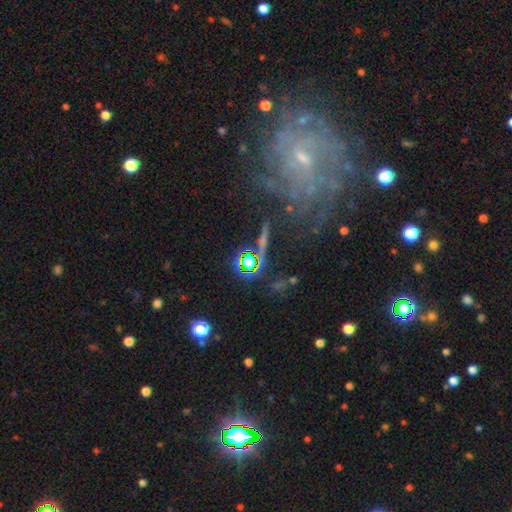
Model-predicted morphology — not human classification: The model was most divided on "spiral arm count": can't tell: 46%, more than 4: 12%, 4: 12%, 3: 11%, 2: 11%, 1: 8%. More confident: edge-on disk — no (95%); spiral arms — yes (87%); bulge size — small (82%); merging — none (73%); spiral winding — tight (71%); bar — no (68%); smooth or featured — featured or disk (63%).